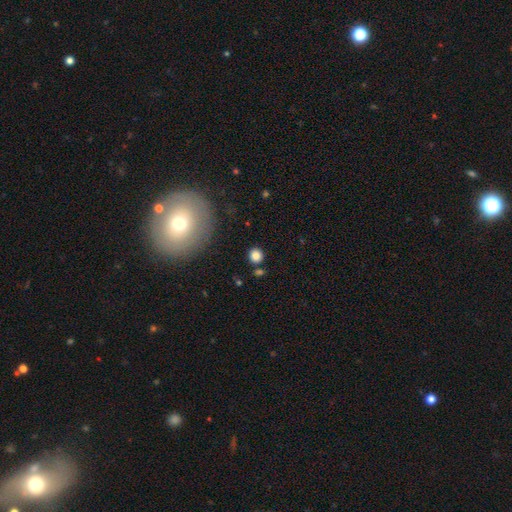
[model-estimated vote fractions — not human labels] A smooth galaxy with no disk features (83%) that is round (85%). Merging: none (83%).